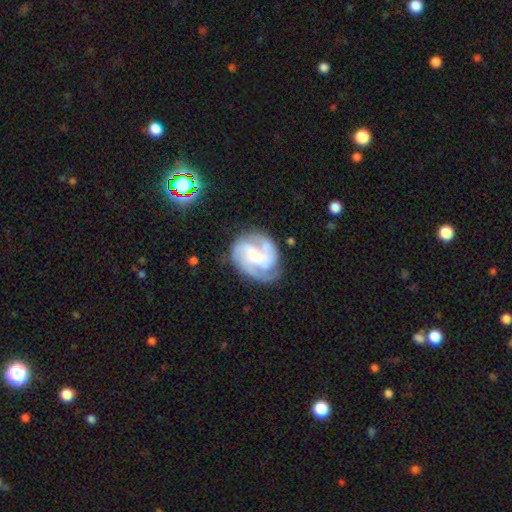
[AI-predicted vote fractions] Overall: featured or disk (80%). Edge-on disk: no (98%). Bar: no (47%; weak 39%). Spiral arms: yes (94%). Spiral arm count: 3 (43%; 2 24%). Spiral winding: medium (45%; tight 41%). Bulge size: small (49%; moderate 38%). Merging: none (68%).